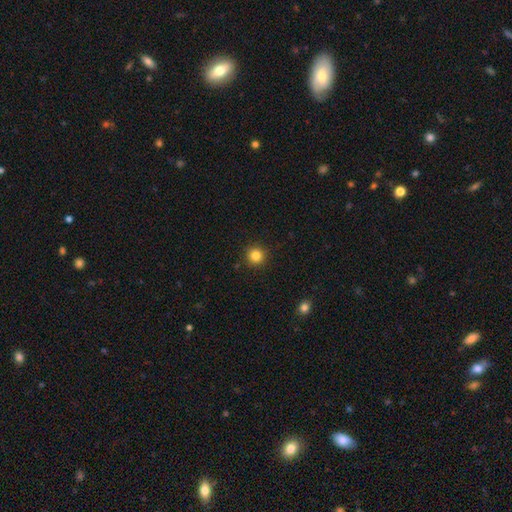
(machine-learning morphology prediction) Smooth or featured: smooth — 83% (star or artifact — 12%)
How rounded: round — 95% (in between — 4%)
Merging: none — 91% (minor disturbance — 5%)